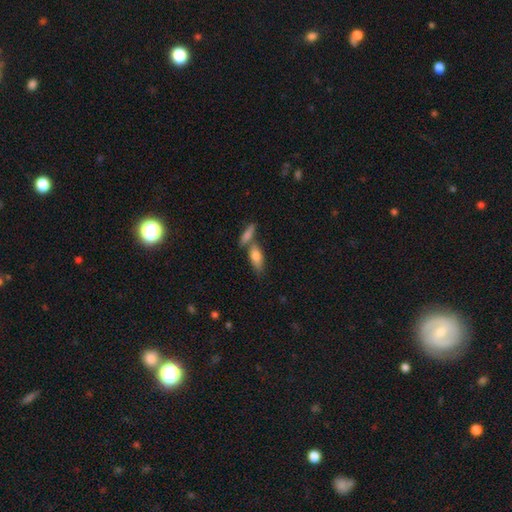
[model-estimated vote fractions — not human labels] A smooth galaxy with no disk features (77%) that is in between round and cigar-shaped (75%).

Vote fractions:
- Smooth or featured? smooth: 77% / featured or disk: 16% / star or artifact: 7%
- How rounded? in between: 75% / cigar-shaped: 22% / round: 3%
- Merging? none: 47% / merger: 39% / minor disturbance: 11% / major disturbance: 4%